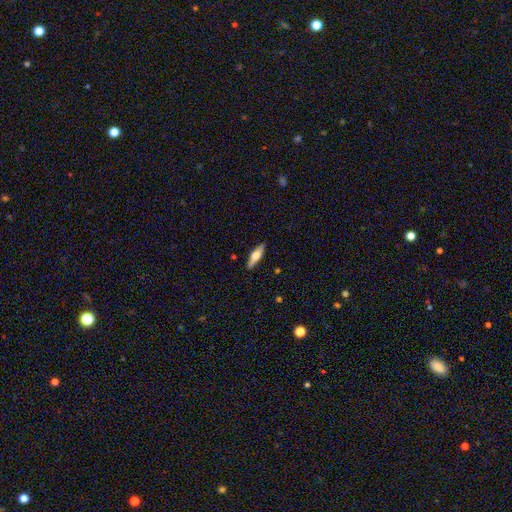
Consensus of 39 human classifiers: Overall: featured or disk (54%; smooth 46%). Edge-on disk: yes (100%). Edge-on bulge: rounded (95%). Merging: none (100%).